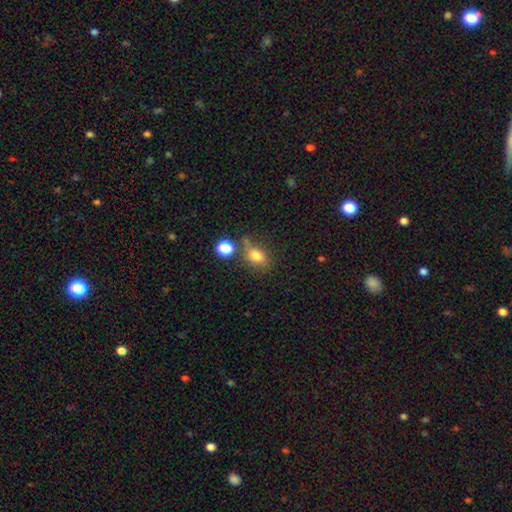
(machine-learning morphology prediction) smooth 78%, star or artifact 12%, featured or disk 10%. Down the decision tree: how rounded — in between (68%); merging — none (60%).